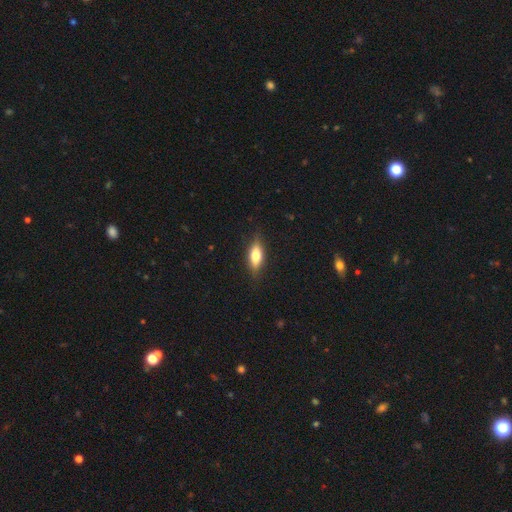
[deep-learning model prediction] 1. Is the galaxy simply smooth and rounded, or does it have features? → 69% smooth, 25% featured or disk, 7% star or artifact.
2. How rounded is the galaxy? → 68% in between, 29% cigar-shaped, 3% round.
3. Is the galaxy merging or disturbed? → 83% none, 13% minor disturbance, 3% major disturbance, 1% merger.